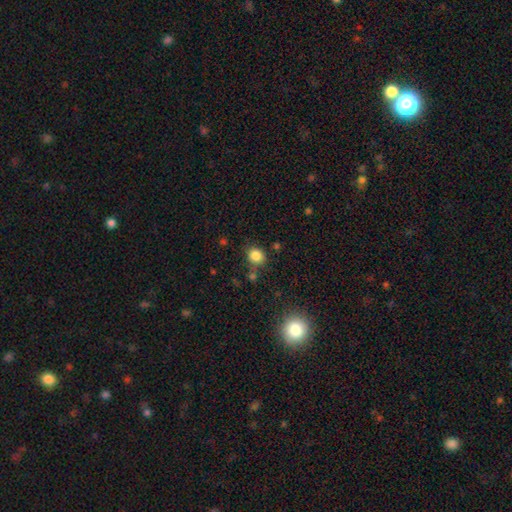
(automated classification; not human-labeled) Smooth or featured? Predicted: smooth (p=0.83). How rounded? Predicted: round (p=0.69). Merging? Predicted: none (p=0.75).